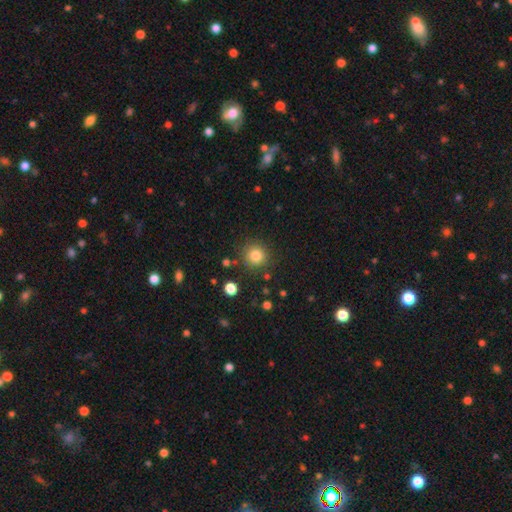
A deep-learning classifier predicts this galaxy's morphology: Smooth or featured: smooth — 82% (star or artifact — 12%)
How rounded: round — 92% (in between — 7%)
Merging: none — 86% (minor disturbance — 8%)